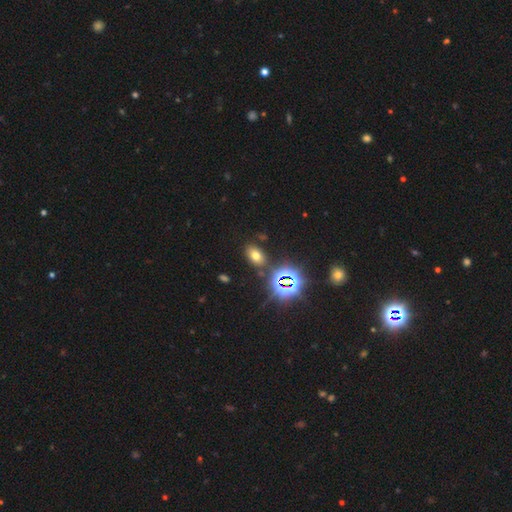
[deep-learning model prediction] Q: Smooth or featured?
A: smooth (58%); runner-up: star or artifact (33%)
Q: How rounded?
A: in between (84%); runner-up: round (14%)
Q: Merging?
A: none (83%); runner-up: minor disturbance (9%)